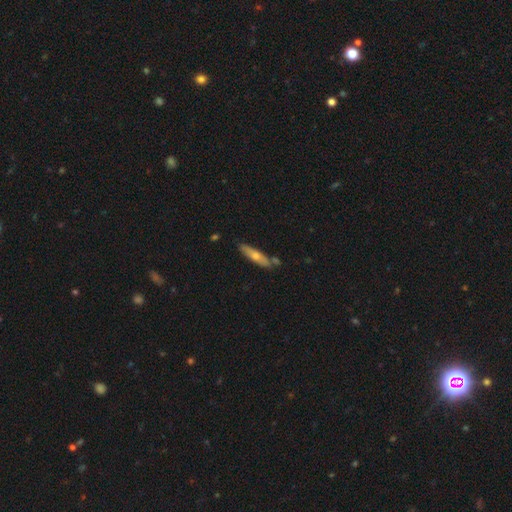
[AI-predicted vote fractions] Smooth or featured?
  - smooth: 56% *
  - featured or disk: 38%
  - star or artifact: 6%
How rounded?
  - cigar-shaped: 75% *
  - in between: 24%
  - round: 2%
Merging?
  - none: 73% *
  - minor disturbance: 16%
  - merger: 8%
  - major disturbance: 3%